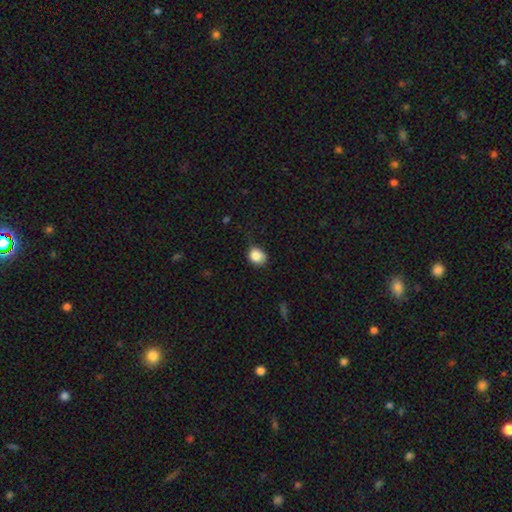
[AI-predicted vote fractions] Smooth or featured: smooth — 84% (star or artifact — 10%)
How rounded: round — 62% (in between — 37%)
Merging: none — 59% (minor disturbance — 32%)